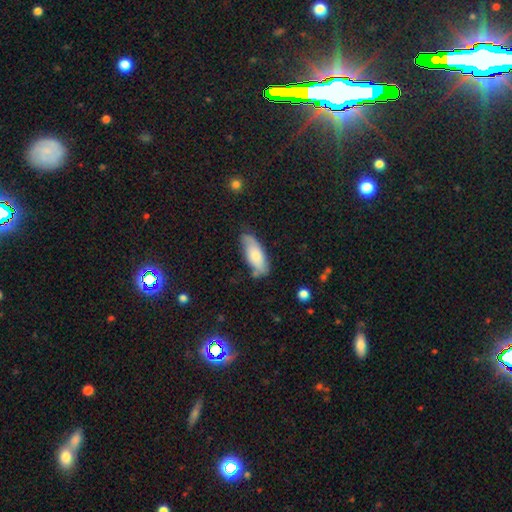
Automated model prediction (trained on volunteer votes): Smooth or featured: smooth — 70% (featured or disk — 24%)
How rounded: in between — 79% (cigar-shaped — 19%)
Merging: none — 66% (minor disturbance — 25%)